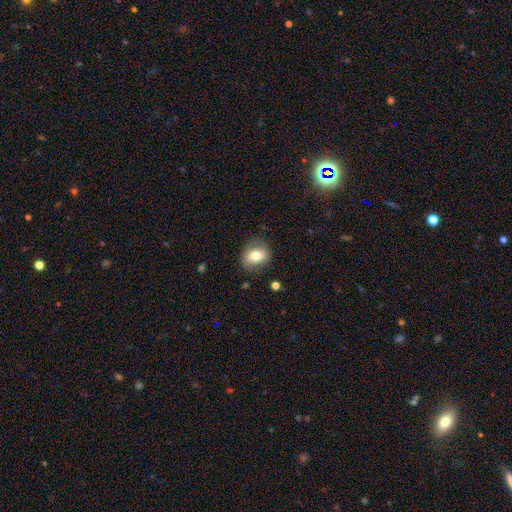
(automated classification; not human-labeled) smooth_or_featured: smooth (p=0.72) [alt: featured or disk p=0.20]
how_rounded: in between (p=0.51) [alt: round p=0.48]
merging: none (p=0.78) [alt: minor disturbance p=0.16]